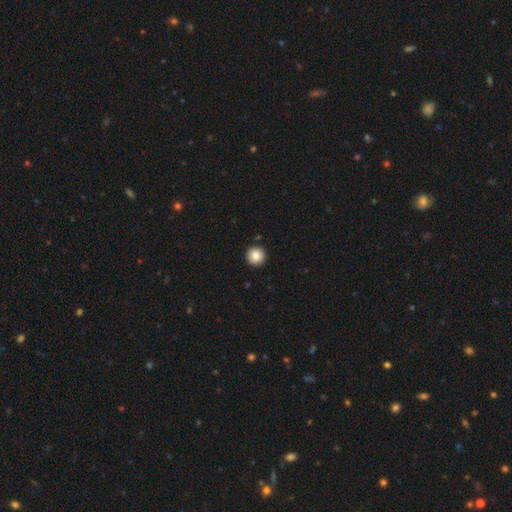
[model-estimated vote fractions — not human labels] Morphology: type=smooth (87%); roundness=round (96%); merging=none (93%).